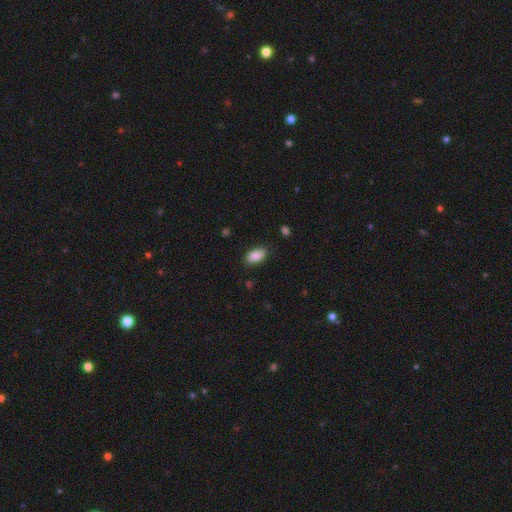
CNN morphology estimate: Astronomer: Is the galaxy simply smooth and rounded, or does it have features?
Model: smooth — 88%.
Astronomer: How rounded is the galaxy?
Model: in between — 93%.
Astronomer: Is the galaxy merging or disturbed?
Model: none — 84%.